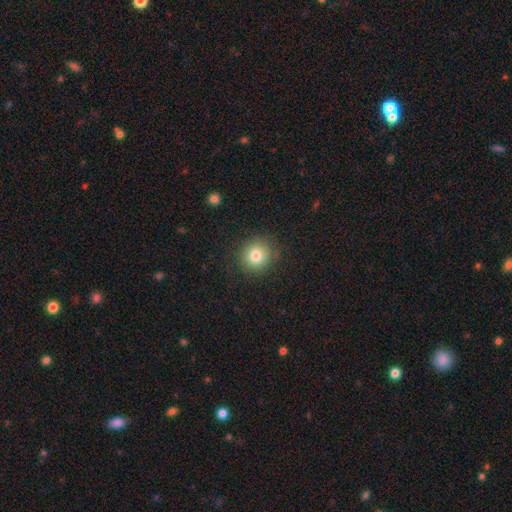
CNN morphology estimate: This is clearly a smooth galaxy (80%). How rounded: clearly round (86%). Merging: clearly none (85%).